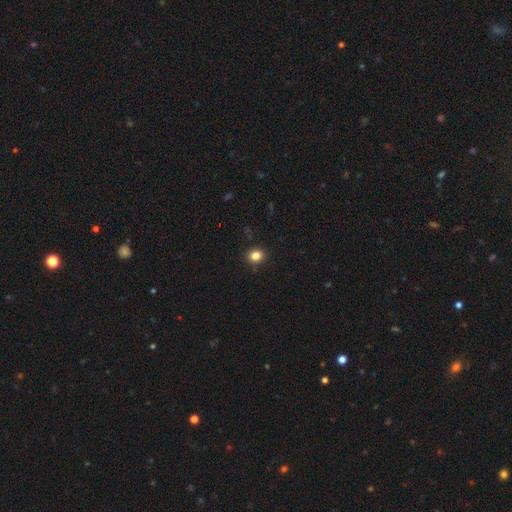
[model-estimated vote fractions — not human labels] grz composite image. It shows a smooth galaxy with no disk features (84%) that is round (68%). Merging: none (90%).